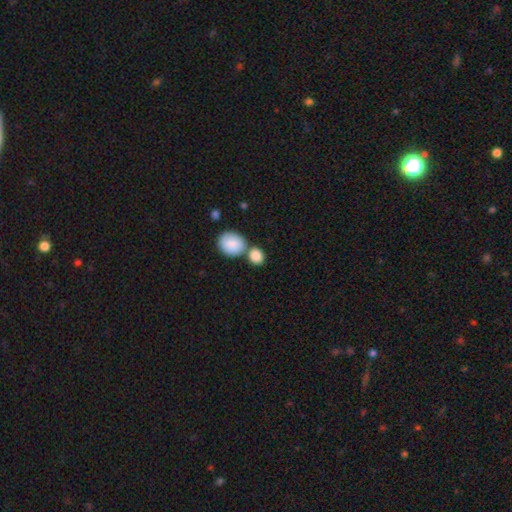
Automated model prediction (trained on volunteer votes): smooth 86%, star or artifact 7%, featured or disk 7%. Down the decision tree: how rounded — round (64%); merging — none (51%).